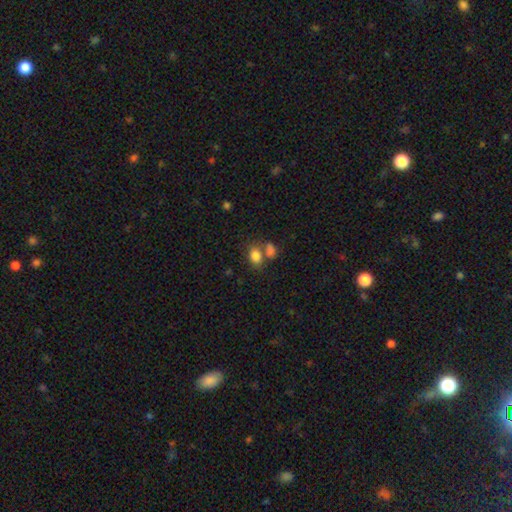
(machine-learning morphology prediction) Smooth or featured? Predicted: smooth (p=0.82). How rounded? Predicted: in between (p=0.65). Merging? Predicted: none (p=0.48).